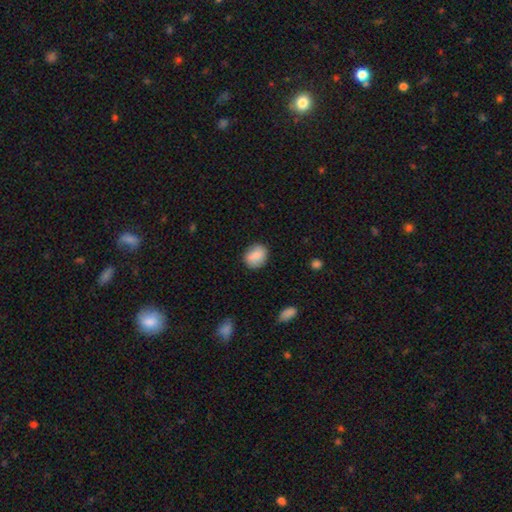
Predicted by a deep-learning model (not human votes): Smooth or featured? smooth (85%)
How rounded? round (55%)
Merging? none (84%)